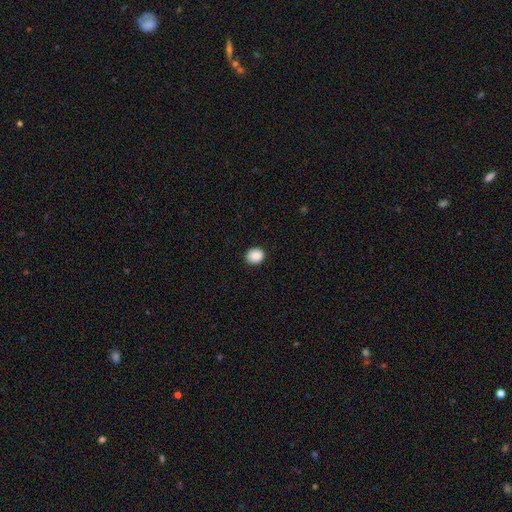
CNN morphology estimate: A smooth galaxy with no disk features (89%) that is round (73%). Merging: none (91%).